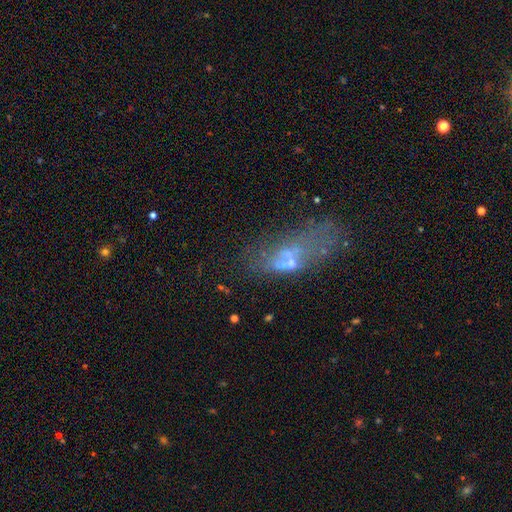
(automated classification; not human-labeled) This is marginally a smooth galaxy (41%). Merging: marginally none (39%).